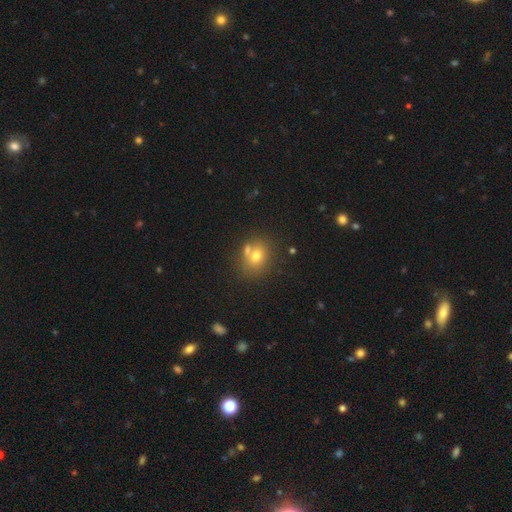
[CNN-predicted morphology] smooth 71%, featured or disk 16%, star or artifact 13%. Down the decision tree: how rounded — round (64%); merging — none (58%).